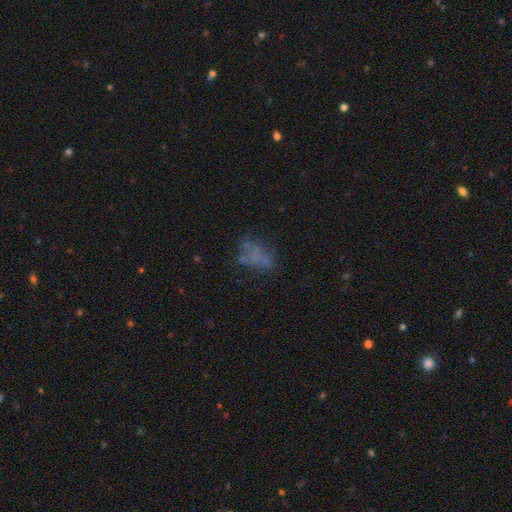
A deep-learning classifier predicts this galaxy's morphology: This is marginally a smooth galaxy (40%, tied with featured or disk). Merging: possibly none (49%).